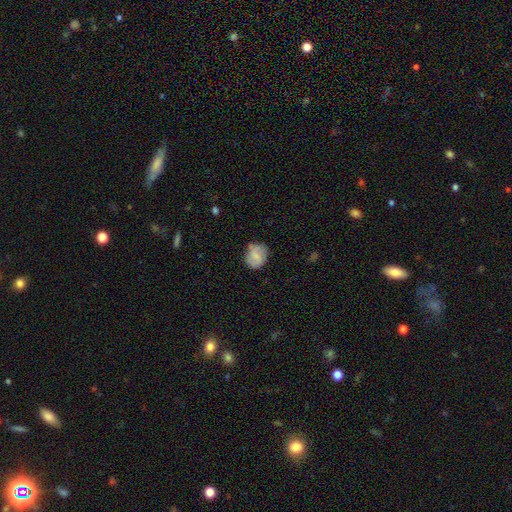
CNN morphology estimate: Smooth or featured?
  - smooth: 70% *
  - featured or disk: 22%
  - star or artifact: 8%
How rounded?
  - round: 59% *
  - in between: 40%
  - cigar-shaped: 1%
Merging?
  - none: 64% *
  - minor disturbance: 27%
  - major disturbance: 6%
  - merger: 3%